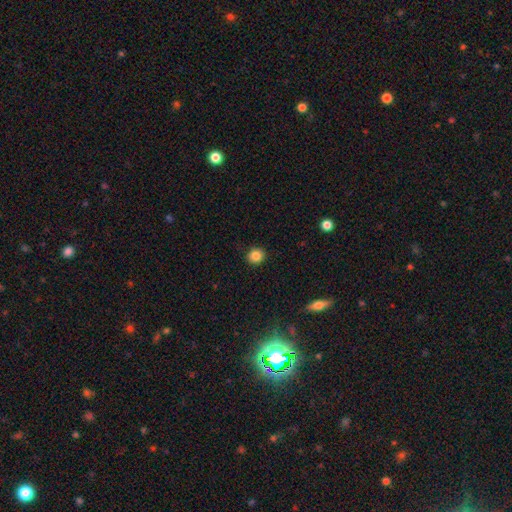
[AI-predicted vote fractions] This is clearly a smooth galaxy (85%). How rounded: clearly round (89%). Merging: clearly none (90%).